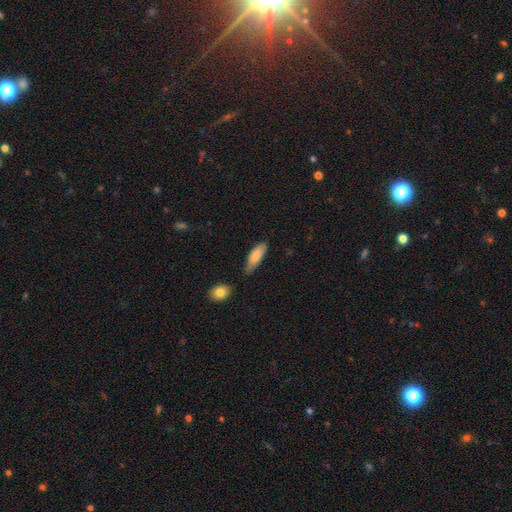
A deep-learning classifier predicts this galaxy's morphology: A smooth galaxy with no disk features (83%) that is in between round and cigar-shaped (62%).

Vote fractions:
- Smooth or featured? smooth: 83% / featured or disk: 11% / star or artifact: 6%
- How rounded? in between: 62% / cigar-shaped: 37% / round: 2%
- Merging? none: 65% / minor disturbance: 26% / merger: 5% / major disturbance: 4%